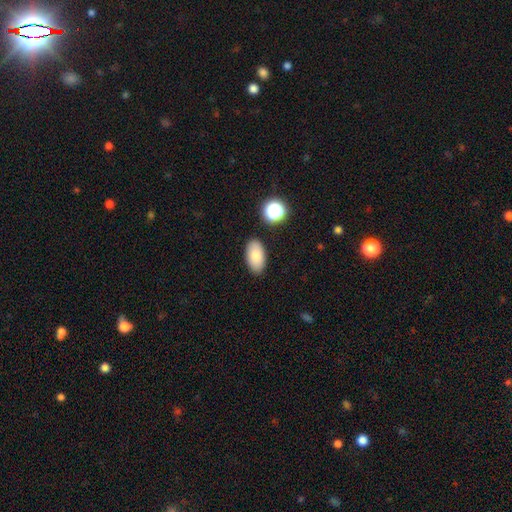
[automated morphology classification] Smooth or featured?
  - smooth: 83% *
  - featured or disk: 9%
  - star or artifact: 8%
How rounded?
  - in between: 94% *
  - round: 4%
  - cigar-shaped: 2%
Merging?
  - none: 86% *
  - minor disturbance: 9%
  - merger: 3%
  - major disturbance: 2%